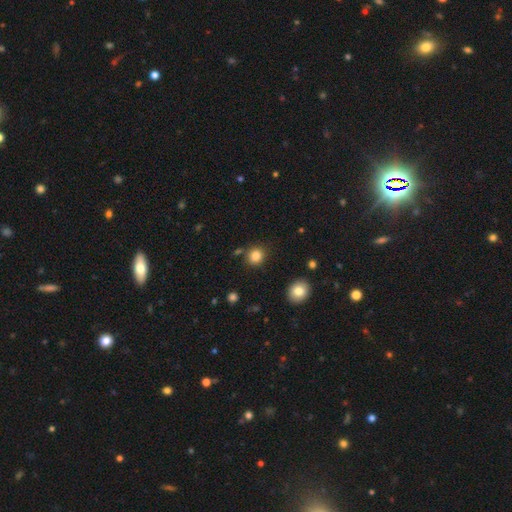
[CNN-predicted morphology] smooth-or-featured: smooth: 84% | star or artifact: 11% | featured or disk: 5%
  how-rounded: round: 84% | in between: 15% | cigar-shaped: 1%
  merging: none: 84% | minor disturbance: 9% | merger: 4% | major disturbance: 3%